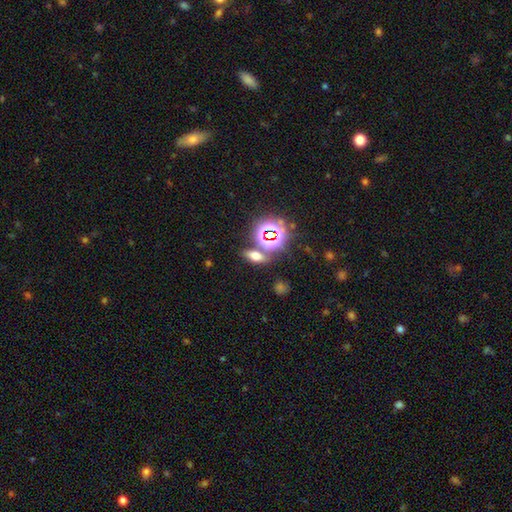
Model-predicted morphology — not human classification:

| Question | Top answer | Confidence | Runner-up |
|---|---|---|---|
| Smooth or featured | smooth | 51% | star or artifact (33%) |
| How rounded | in between | 62% | cigar-shaped (22%) |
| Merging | none | 76% | merger (11%) |